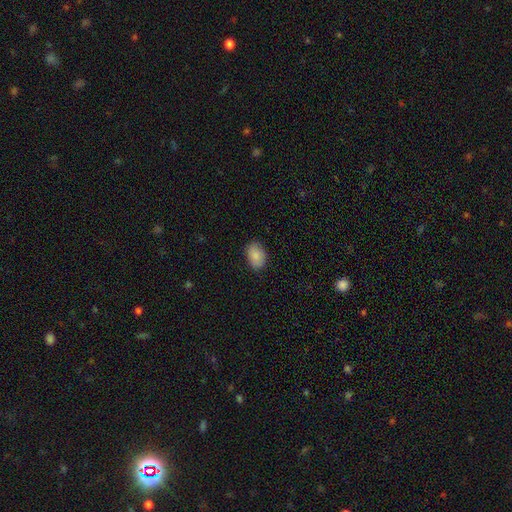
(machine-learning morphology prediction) Smooth or featured? Predicted: smooth (p=0.87). How rounded? Predicted: in between (p=0.82). Merging? Predicted: none (p=0.85).